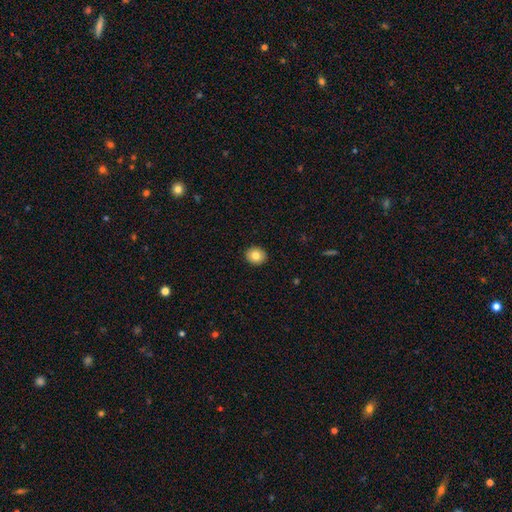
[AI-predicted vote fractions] Q: Smooth or featured?
A: smooth (81%); runner-up: featured or disk (11%)
Q: How rounded?
A: round (77%); runner-up: in between (22%)
Q: Merging?
A: none (92%); runner-up: minor disturbance (5%)